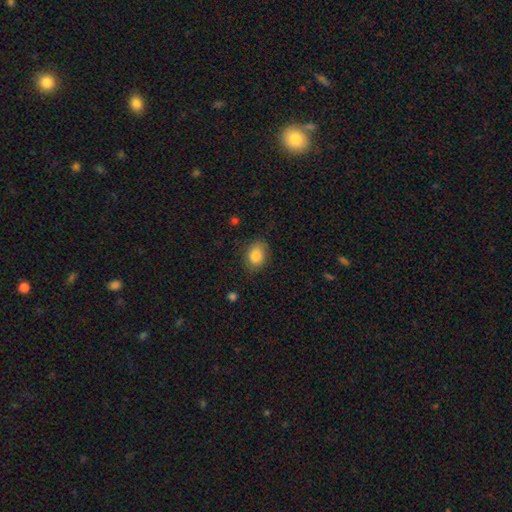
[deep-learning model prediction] This appears to be a smooth galaxy with no disk features (85%) that is in between round and cigar-shaped (66%). Merging: none (79%).